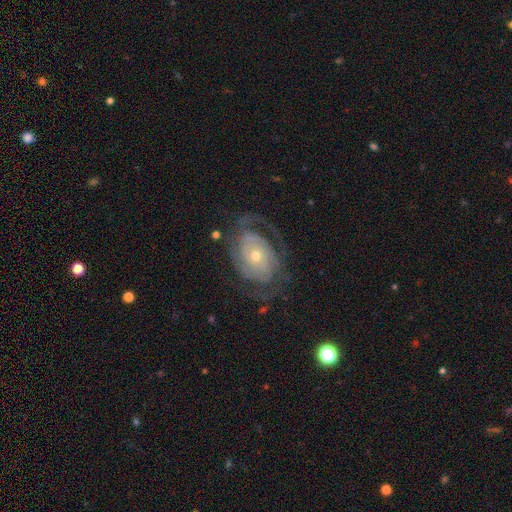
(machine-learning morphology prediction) Smooth or featured? featured or disk (85%)
Edge-on disk? no (97%)
Bar? no (75%)
Spiral arms? yes (92%)
Spiral winding? tight (57%)
Spiral arm count? 2 (46%)
Bulge size? small (53%)
Merging? none (66%)